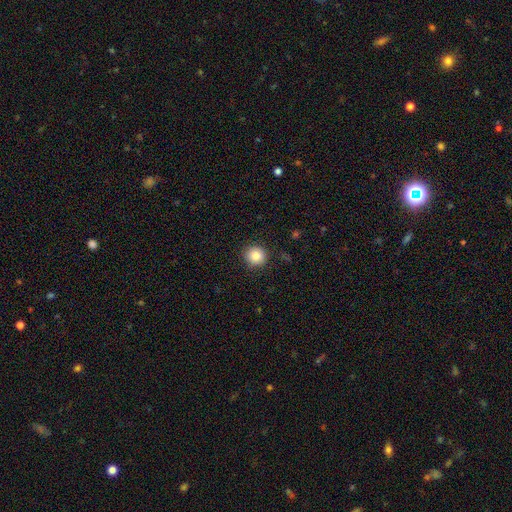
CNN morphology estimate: This is clearly a smooth galaxy (84%). How rounded: clearly round (91%). Merging: clearly none (90%).